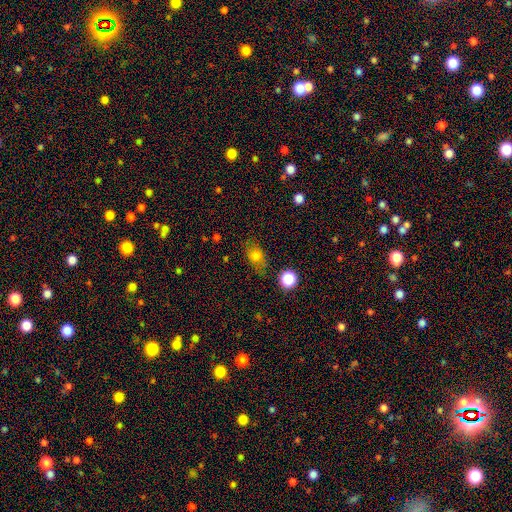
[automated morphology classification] smooth-or-featured: smooth: 76% | star or artifact: 13% | featured or disk: 11%
  how-rounded: in between: 69% | round: 29% | cigar-shaped: 3%
  merging: none: 76% | minor disturbance: 17% | major disturbance: 5% | merger: 2%